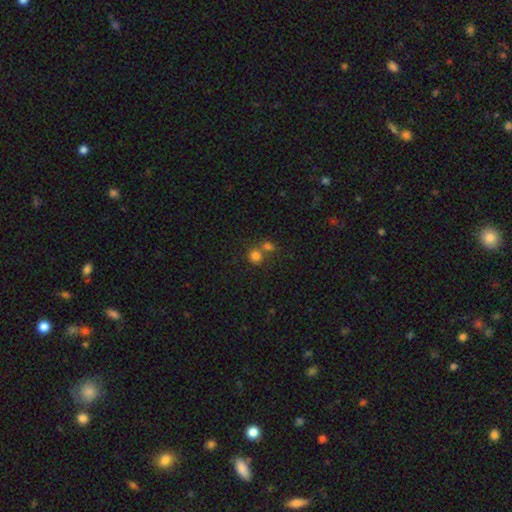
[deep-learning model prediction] A smooth galaxy with no disk features (79%) that is round (86%). Merging: none (49%).